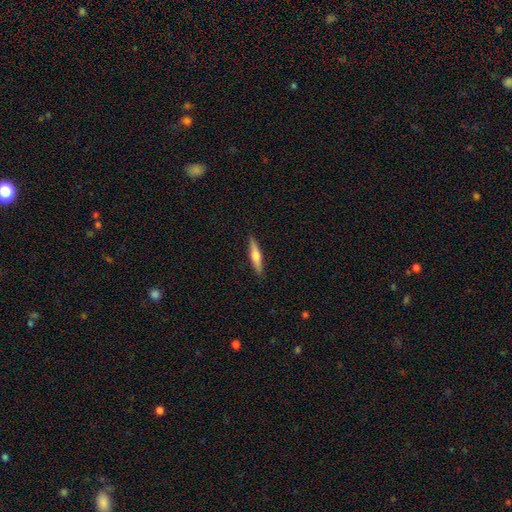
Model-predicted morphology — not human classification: smooth-or-featured: smooth: 50% | featured or disk: 44% | star or artifact: 5%
  how-rounded: cigar-shaped: 85% | in between: 14% | round: 2%
  merging: none: 90% | minor disturbance: 7% | major disturbance: 2% | merger: 1%